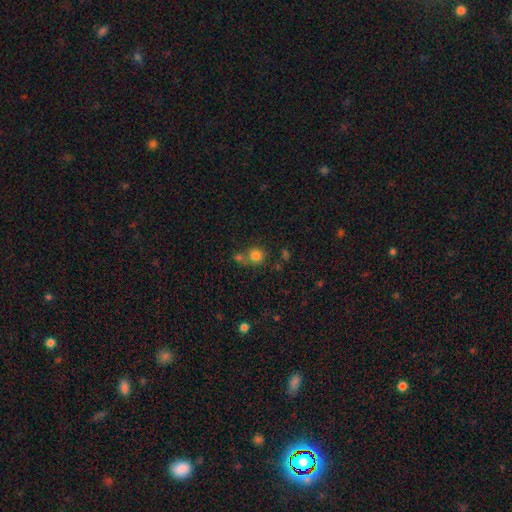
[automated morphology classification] A smooth galaxy with no disk features (80%) that is round (86%).

Vote fractions:
- Smooth or featured? smooth: 80% / star or artifact: 13% / featured or disk: 8%
- How rounded? round: 86% / in between: 13% / cigar-shaped: 1%
- Merging? none: 52% / merger: 34% / minor disturbance: 10% / major disturbance: 5%